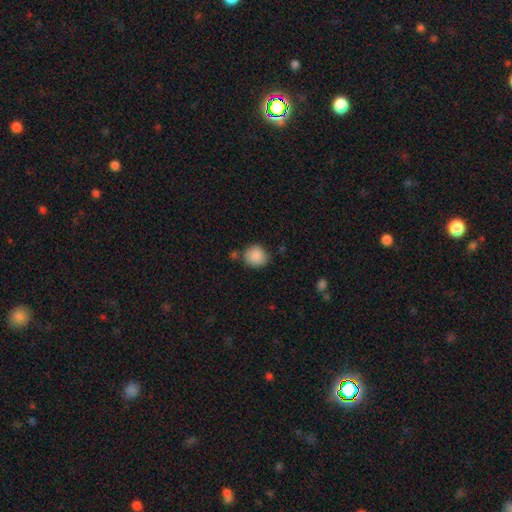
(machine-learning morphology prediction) This appears to be a smooth galaxy with no disk features (88%) that is round (87%). Merging: none (75%).